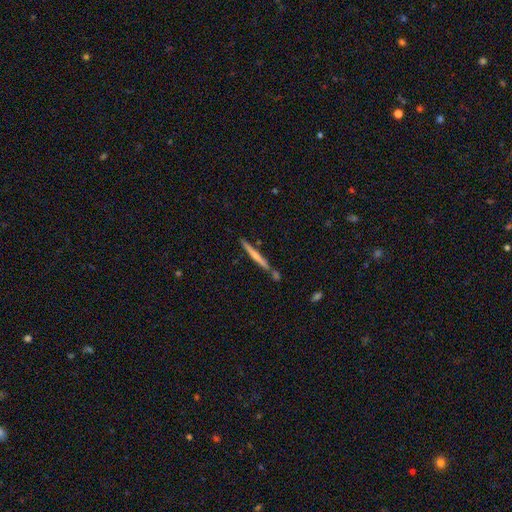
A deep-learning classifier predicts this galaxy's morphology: smooth_or_featured: smooth (p=0.48) [alt: featured or disk p=0.46]
merging: none (p=0.73) [alt: minor disturbance p=0.12]